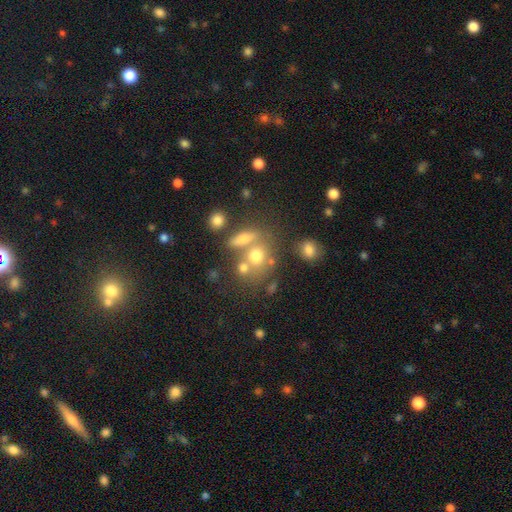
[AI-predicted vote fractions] smooth-or-featured: smooth: 61% | featured or disk: 21% | star or artifact: 18%
  how-rounded: round: 59% | in between: 36% | cigar-shaped: 4%
  merging: none: 45% | merger: 36% | minor disturbance: 11% | major disturbance: 7%